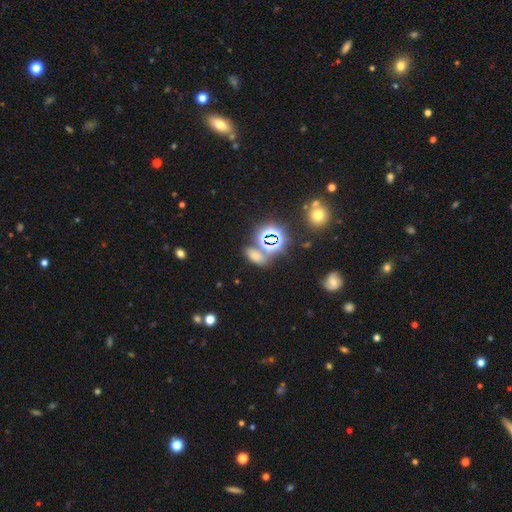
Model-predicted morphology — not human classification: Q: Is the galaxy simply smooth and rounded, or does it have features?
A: smooth — 51%.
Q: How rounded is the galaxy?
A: in between — 76%.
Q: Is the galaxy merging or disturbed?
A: none — 65%.